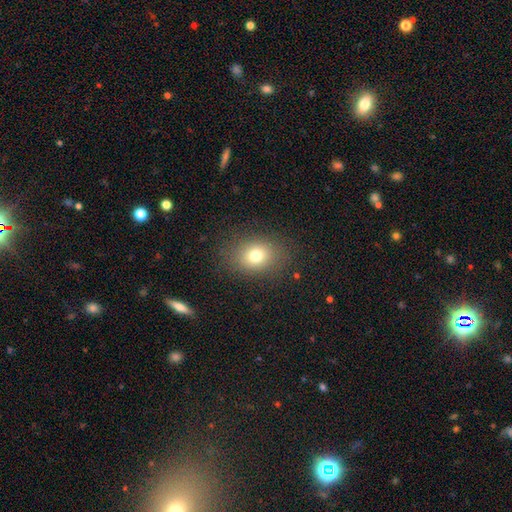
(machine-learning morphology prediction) Q: Smooth or featured?
A: smooth (75%); runner-up: star or artifact (14%)
Q: How rounded?
A: in between (54%); runner-up: round (45%)
Q: Merging?
A: none (84%); runner-up: minor disturbance (10%)